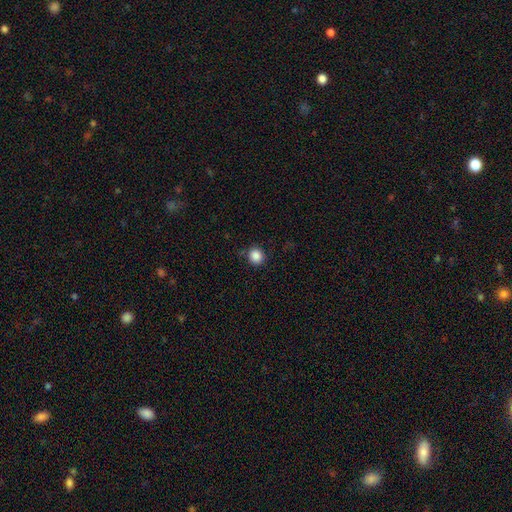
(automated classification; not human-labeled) Overall: smooth (86%). How rounded: round (89%). Merging: none (87%).